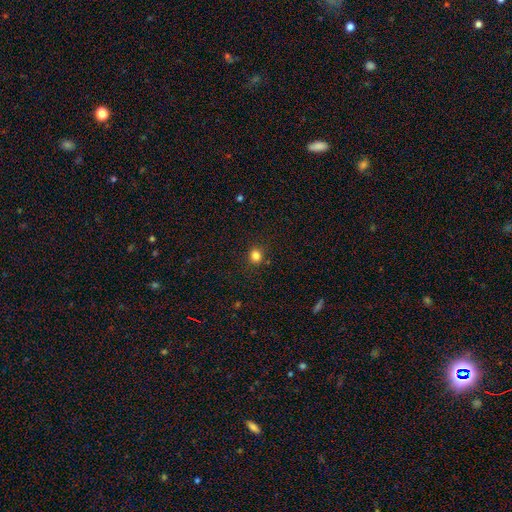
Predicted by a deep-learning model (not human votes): A smooth galaxy with no disk features (82%) that is round (75%).

Vote fractions:
- Smooth or featured? smooth: 82% / star or artifact: 13% / featured or disk: 5%
- How rounded? round: 75% / in between: 25% / cigar-shaped: 1%
- Merging? none: 87% / minor disturbance: 9% / major disturbance: 3% / merger: 2%